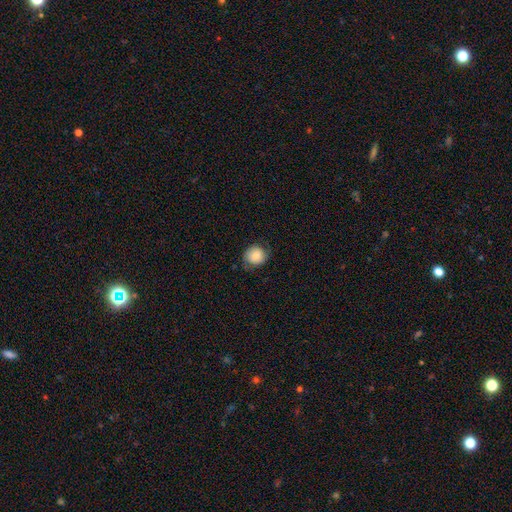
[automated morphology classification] Smooth or featured? Predicted: smooth (p=0.79). How rounded? Predicted: round (p=0.80). Merging? Predicted: none (p=0.73).